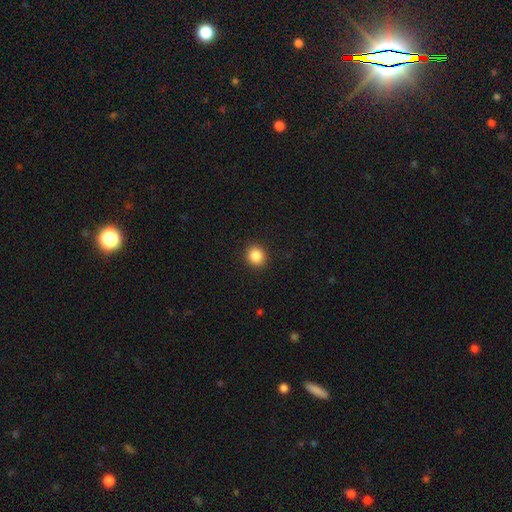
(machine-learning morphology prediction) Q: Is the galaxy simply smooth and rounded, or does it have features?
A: smooth — 86%.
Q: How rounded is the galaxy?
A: round — 85%.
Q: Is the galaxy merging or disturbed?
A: none — 91%.